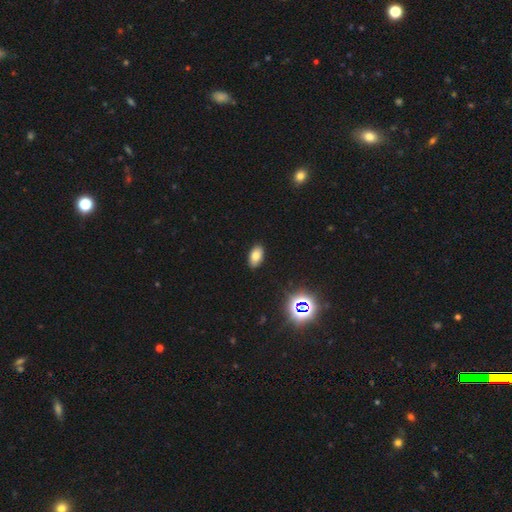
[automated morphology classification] Smooth or featured? Predicted: smooth (p=0.77). How rounded? Predicted: in between (p=0.93). Merging? Predicted: none (p=0.89).